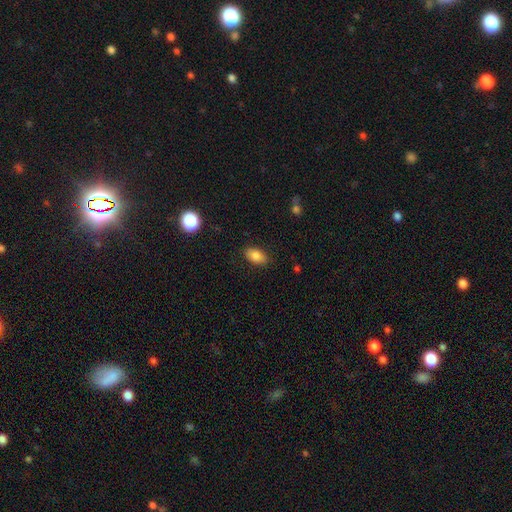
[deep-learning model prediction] smooth 83%, featured or disk 9%, star or artifact 8%. Down the decision tree: how rounded — in between (90%); merging — none (86%).